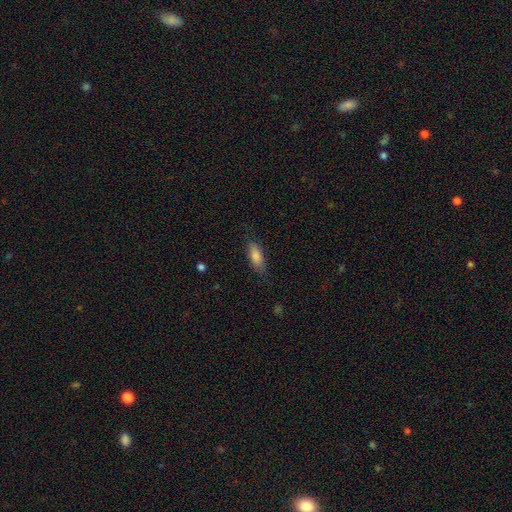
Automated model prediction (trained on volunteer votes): A smooth galaxy with no disk features (76%) that is in between round and cigar-shaped (64%).

Vote fractions:
- Smooth or featured? smooth: 76% / featured or disk: 14% / star or artifact: 10%
- How rounded? in between: 64% / cigar-shaped: 34% / round: 3%
- Merging? none: 79% / minor disturbance: 16% / major disturbance: 4% / merger: 1%